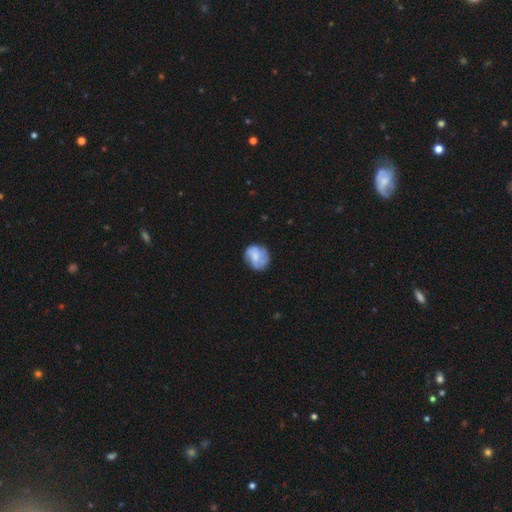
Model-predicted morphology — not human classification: Smooth or featured: featured or disk — 48% (smooth — 45%)
Merging: none — 66% (minor disturbance — 22%)